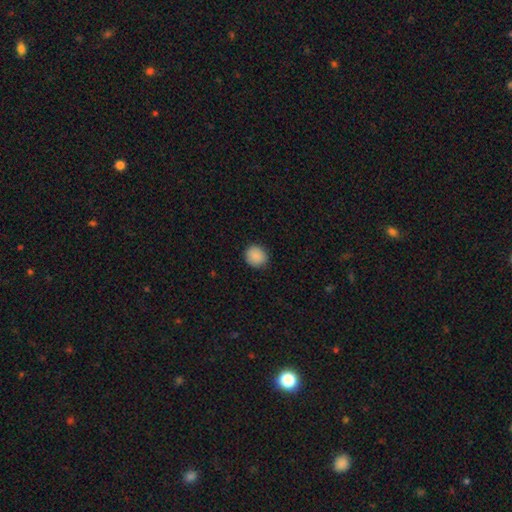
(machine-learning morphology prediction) smooth_or_featured: smooth (p=0.89) [alt: star or artifact p=0.08]
how_rounded: round (p=0.82) [alt: in between p=0.17]
merging: none (p=0.88) [alt: minor disturbance p=0.09]